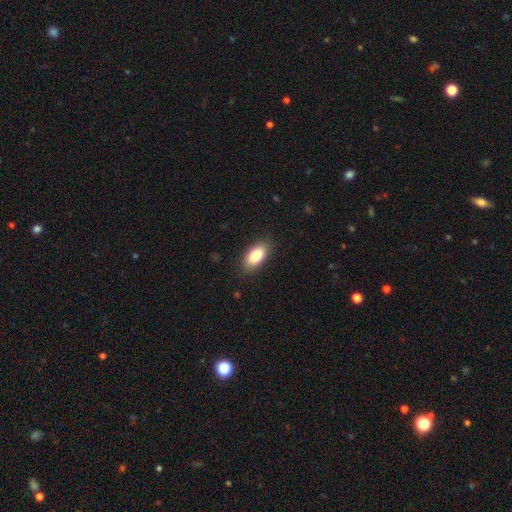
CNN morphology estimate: Overall: smooth (87%). How rounded: in between (92%). Merging: none (87%).